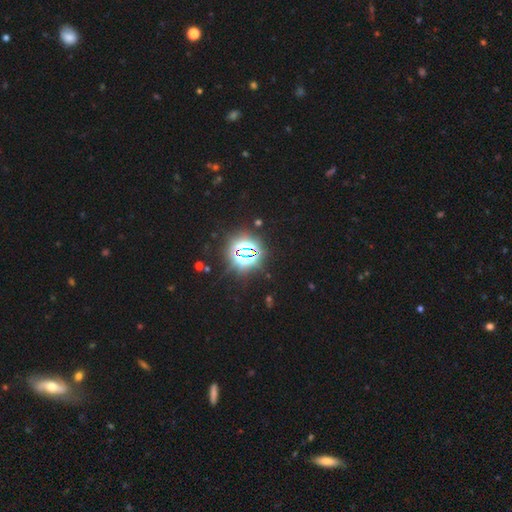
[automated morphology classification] Q: Smooth or featured?
A: star or artifact (82%); runner-up: smooth (12%)